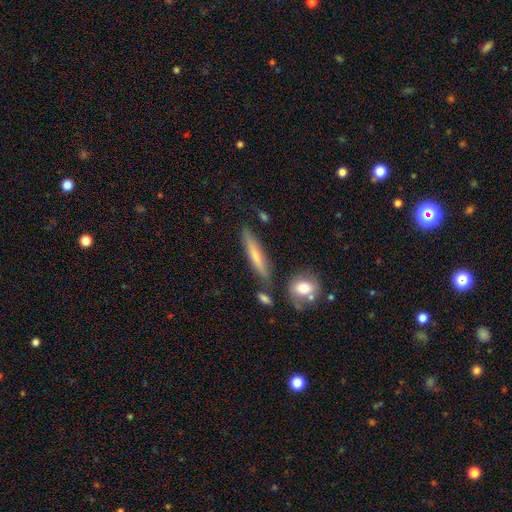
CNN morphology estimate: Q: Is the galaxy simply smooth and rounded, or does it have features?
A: smooth — 57%.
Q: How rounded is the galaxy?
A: cigar-shaped — 88%.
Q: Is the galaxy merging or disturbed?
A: none — 77%.